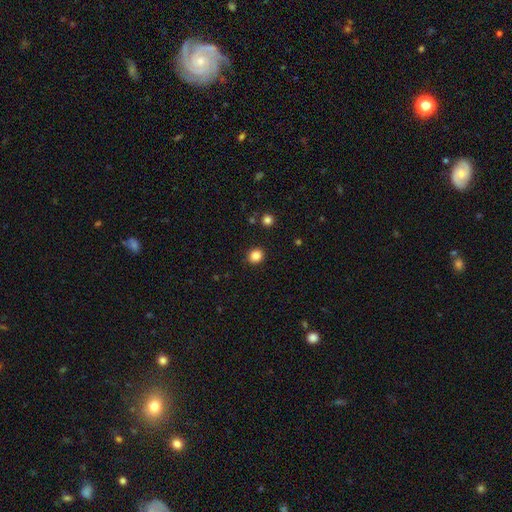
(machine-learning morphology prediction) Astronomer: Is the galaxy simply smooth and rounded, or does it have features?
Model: smooth — 85%.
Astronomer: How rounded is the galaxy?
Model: round — 82%.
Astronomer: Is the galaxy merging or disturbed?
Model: none — 91%.